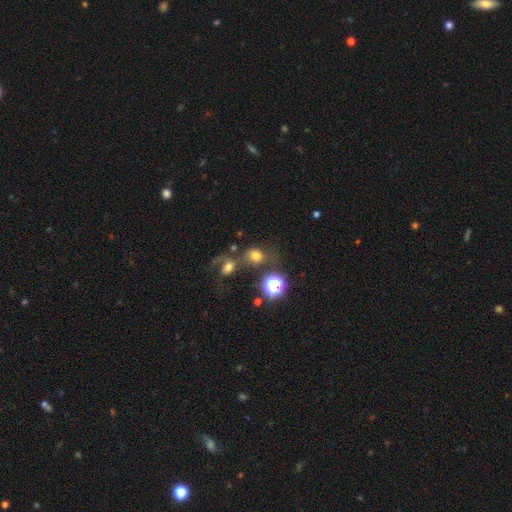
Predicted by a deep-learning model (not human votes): This is likely a smooth galaxy (67%). How rounded: likely round (66%). Merging: possibly none (53%).